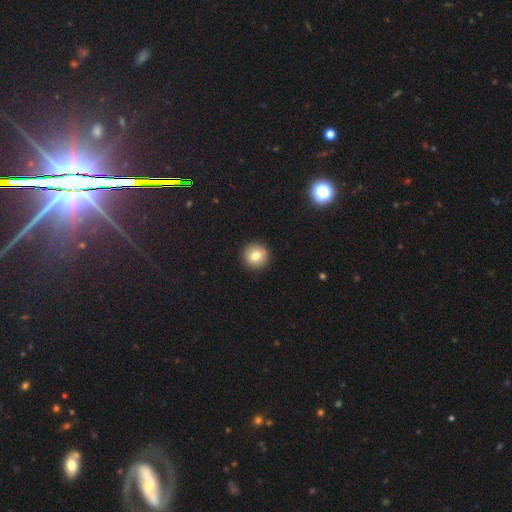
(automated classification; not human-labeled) This is clearly a smooth galaxy (81%). How rounded: clearly round (94%). Merging: clearly none (92%).